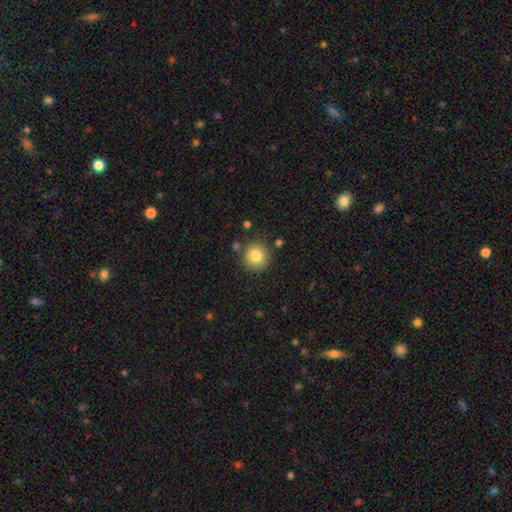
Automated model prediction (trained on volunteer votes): A smooth galaxy with no disk features (83%) that is round (93%). Merging: none (84%).